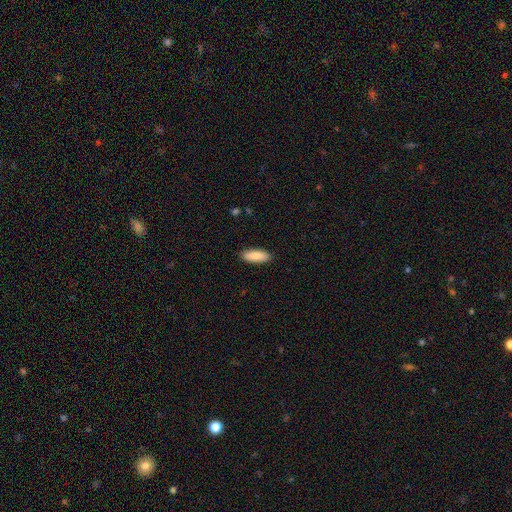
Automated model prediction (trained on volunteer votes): Overall: smooth (87%). How rounded: in between (67%; cigar-shaped 31%). Merging: none (89%).